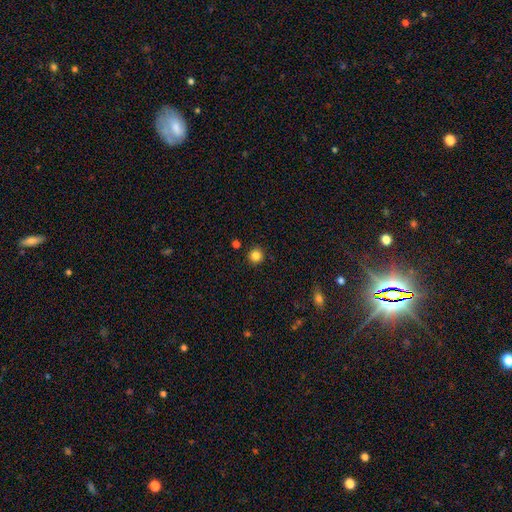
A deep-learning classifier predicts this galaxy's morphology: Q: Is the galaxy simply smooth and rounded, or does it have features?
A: smooth — 84%.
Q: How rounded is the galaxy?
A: round — 94%.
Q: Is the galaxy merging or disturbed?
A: none — 91%.